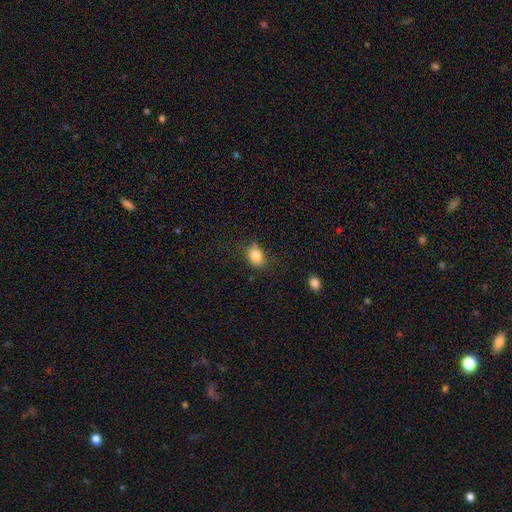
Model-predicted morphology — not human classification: type=smooth (84%); roundness=in between (68%); merging=none (73%).